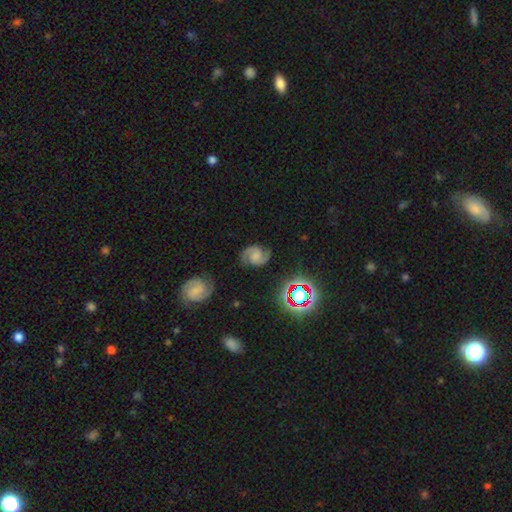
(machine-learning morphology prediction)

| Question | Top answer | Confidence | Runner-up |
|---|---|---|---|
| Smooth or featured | featured or disk | 83% | smooth (9%) |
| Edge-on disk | no | 98% | yes (2%) |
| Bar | no | 55% | weak (36%) |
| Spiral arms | yes | 98% | no (2%) |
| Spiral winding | medium | 55% | tight (25%) |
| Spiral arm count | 2 | 92% | can't tell (3%) |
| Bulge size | none | 43% | small (27%) |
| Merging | none | 76% | minor disturbance (16%) |